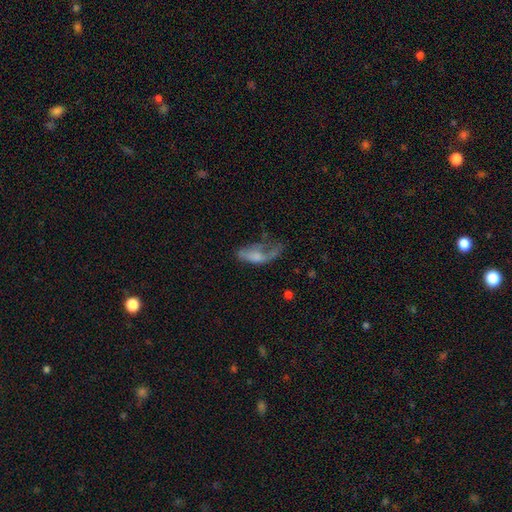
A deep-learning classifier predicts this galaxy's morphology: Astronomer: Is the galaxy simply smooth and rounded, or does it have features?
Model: smooth — 51% (runner-up: featured or disk, 39%).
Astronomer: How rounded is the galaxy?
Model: in between — 78%.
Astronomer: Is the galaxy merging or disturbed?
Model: major disturbance — 53%.